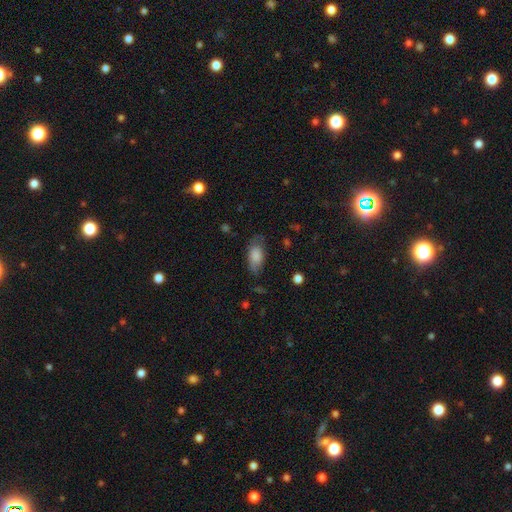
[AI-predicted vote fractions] A smooth galaxy with no disk features (79%) that is in between round and cigar-shaped (90%).

Vote fractions:
- Smooth or featured? smooth: 79% / featured or disk: 14% / star or artifact: 8%
- How rounded? in between: 90% / cigar-shaped: 5% / round: 4%
- Merging? none: 60% / minor disturbance: 28% / major disturbance: 11% / merger: 2%